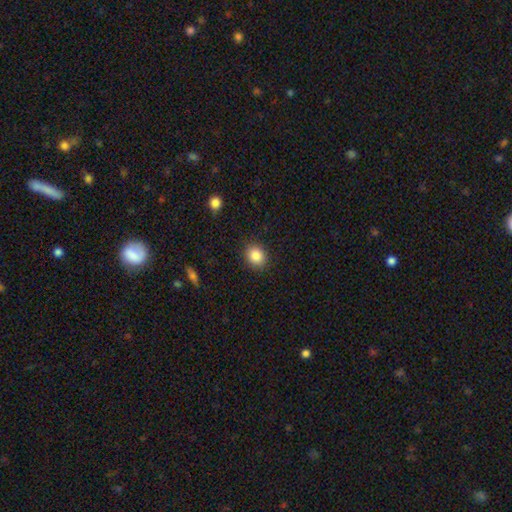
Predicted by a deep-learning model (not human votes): Smooth or featured: smooth — 86% (star or artifact — 9%)
How rounded: round — 69% (in between — 30%)
Merging: none — 88% (minor disturbance — 8%)